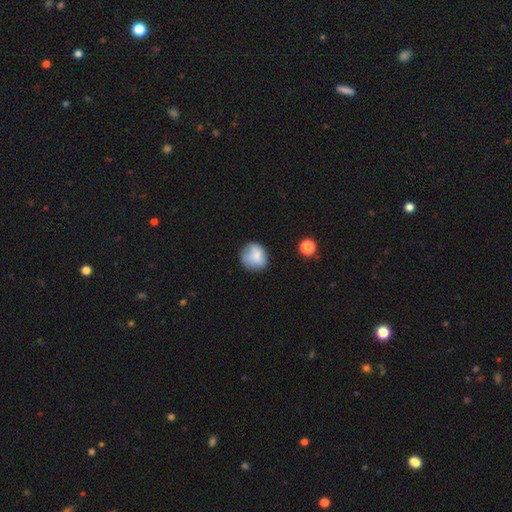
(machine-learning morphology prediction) Smooth or featured? Predicted: smooth (p=0.78). How rounded? Predicted: round (p=0.82). Merging? Predicted: none (p=0.69).